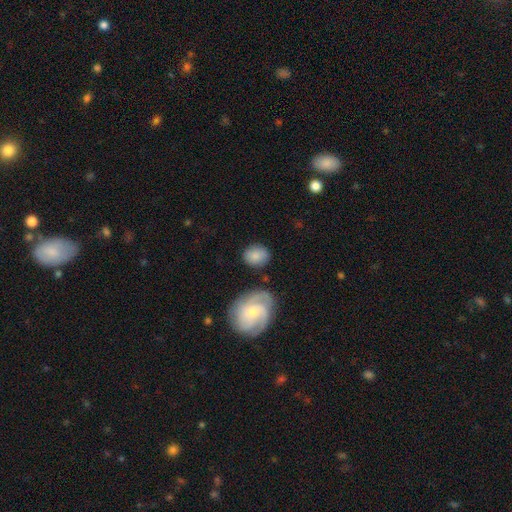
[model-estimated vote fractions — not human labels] Overall: smooth (76%). How rounded: round (52%; in between 46%). Merging: none (76%).